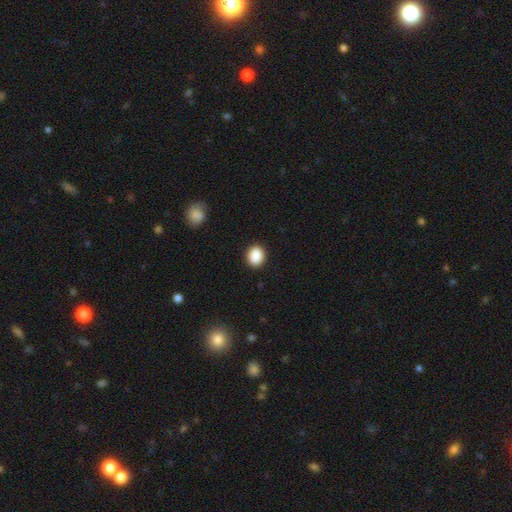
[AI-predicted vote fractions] Morphology: type=smooth (89%); roundness=round (64%); merging=none (90%).